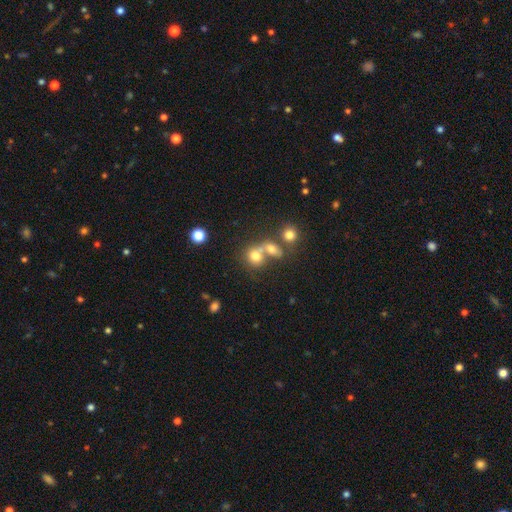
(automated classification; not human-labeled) Smooth or featured? Predicted: smooth (p=0.73). How rounded? Predicted: round (p=0.72). Merging? Predicted: merger (p=0.50).